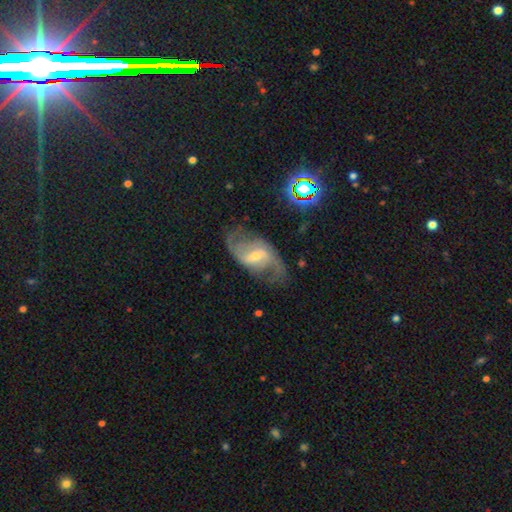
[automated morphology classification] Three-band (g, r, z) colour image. It shows a featured or disk galaxy (84%) with a weak bar (51%), 2 (87%) loose (48%) spiral arms (95%) and a small central bulge (56%). Merging: none (70%).